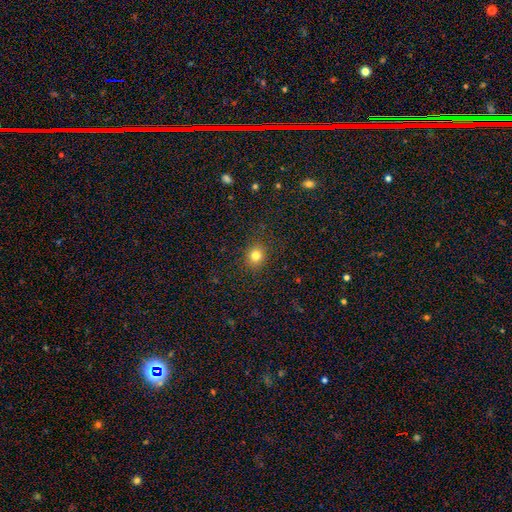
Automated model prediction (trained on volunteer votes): A smooth galaxy with no disk features (80%) that is round (79%).

Vote fractions:
- Smooth or featured? smooth: 80% / star or artifact: 13% / featured or disk: 6%
- How rounded? round: 79% / in between: 20% / cigar-shaped: 1%
- Merging? none: 88% / minor disturbance: 8% / major disturbance: 3% / merger: 1%